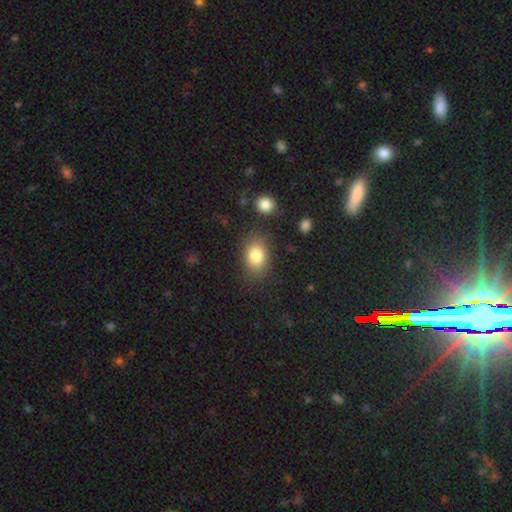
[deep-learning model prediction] This is clearly a smooth galaxy (82%). How rounded: likely in between (70%). Merging: clearly none (80%).